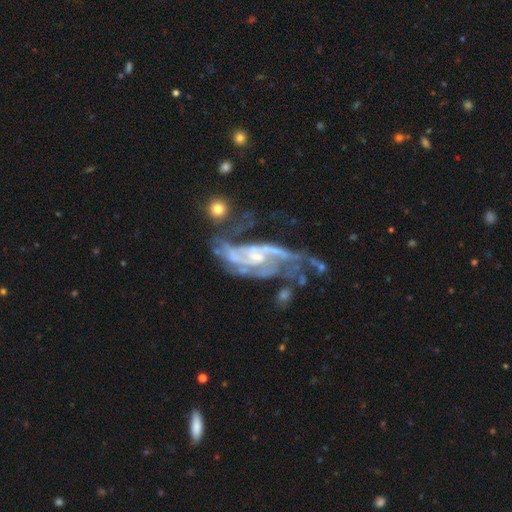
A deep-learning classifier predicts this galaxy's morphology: The model was most divided on "merging": major disturbance: 36%, none: 29%, minor disturbance: 20%, merger: 16%. Remaining: edge-on disk — no (95%); spiral arms — yes (92%); smooth or featured — featured or disk (87%); bulge size — small (59%); bar — no (55%); spiral winding — medium (46%); spiral arm count — 2 (41%).